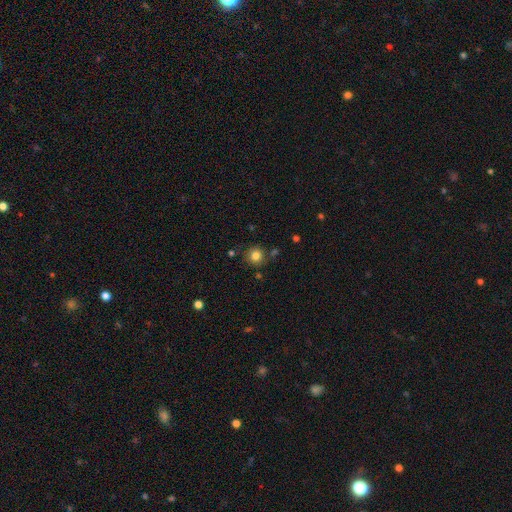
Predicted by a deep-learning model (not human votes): Overall: smooth (81%). How rounded: round (93%). Merging: none (84%).